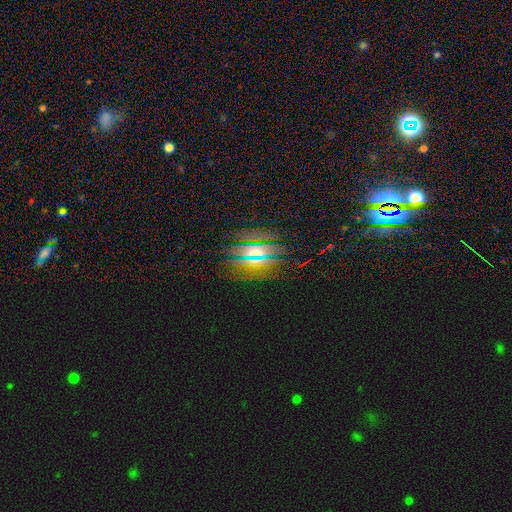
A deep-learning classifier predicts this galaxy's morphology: type=star or artifact (47%).